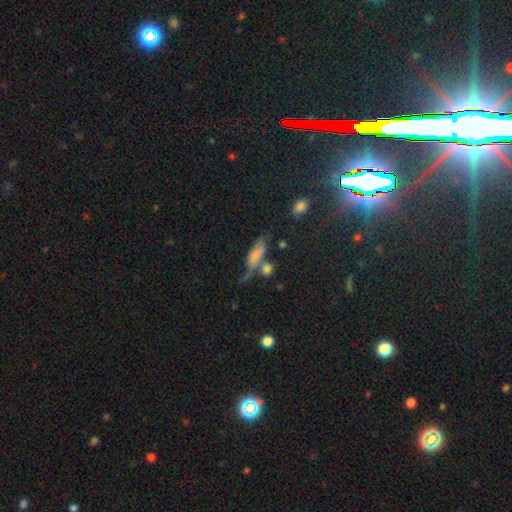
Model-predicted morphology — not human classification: This appears to be a smooth galaxy with no disk features (63%) that is in between round and cigar-shaped (61%). Merging: none (33%).